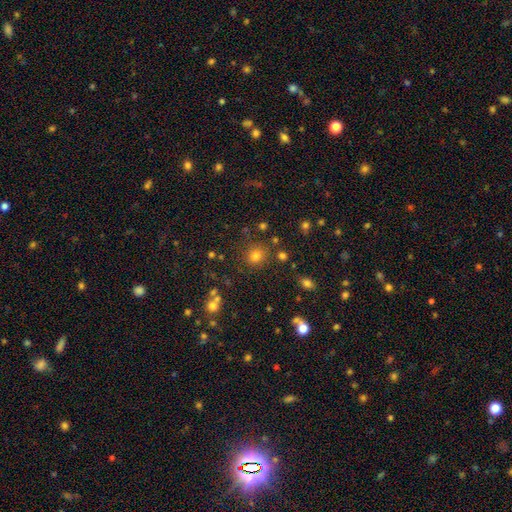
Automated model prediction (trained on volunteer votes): This appears to be a smooth galaxy with no disk features (74%) that is round (82%). Merging: none (82%).